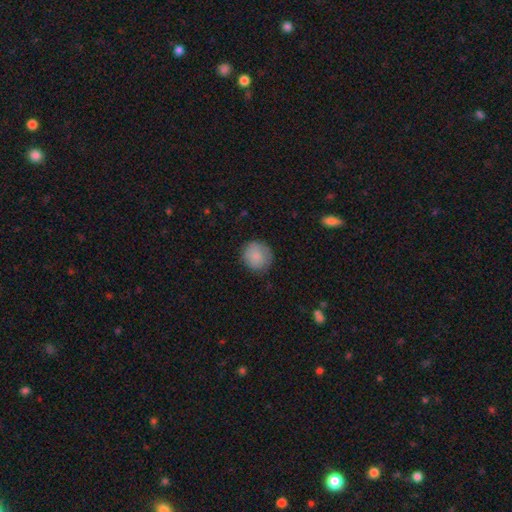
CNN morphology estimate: smooth_or_featured: smooth (p=0.85) [alt: featured or disk p=0.08]
how_rounded: round (p=0.91) [alt: in between p=0.08]
merging: none (p=0.82) [alt: minor disturbance p=0.14]